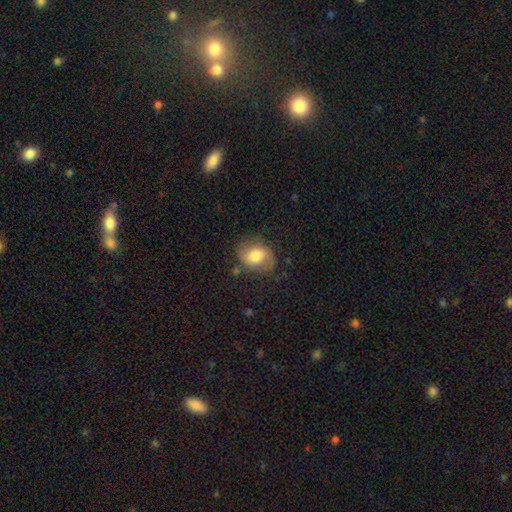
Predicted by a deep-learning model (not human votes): This is possibly a smooth galaxy (59%). How rounded: possibly in between (54%). Merging: likely none (70%).